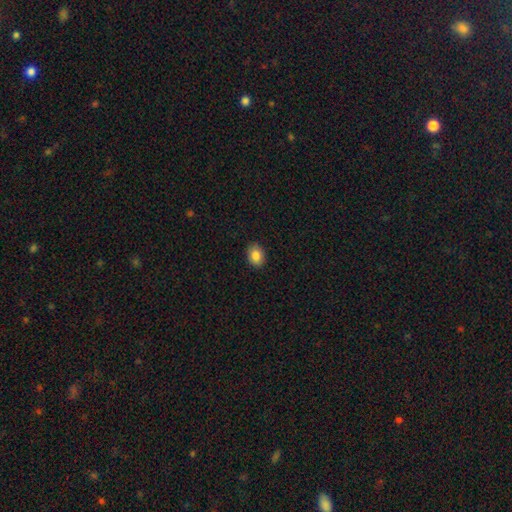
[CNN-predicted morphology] This is clearly a smooth galaxy (85%). How rounded: possibly in between (56%). Merging: clearly none (90%).